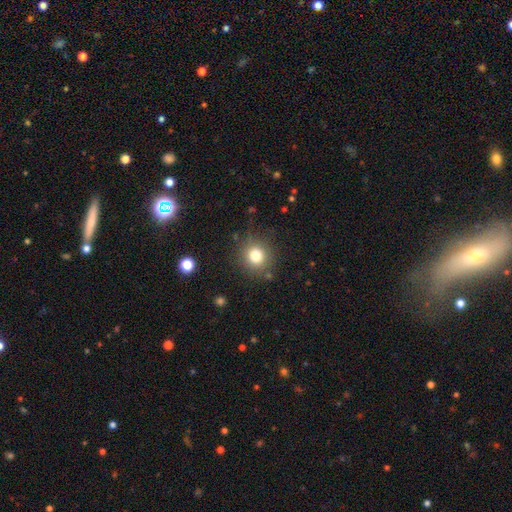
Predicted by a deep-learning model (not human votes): Smooth or featured: smooth — 78% (star or artifact — 13%)
How rounded: round — 88% (in between — 11%)
Merging: none — 84% (minor disturbance — 10%)